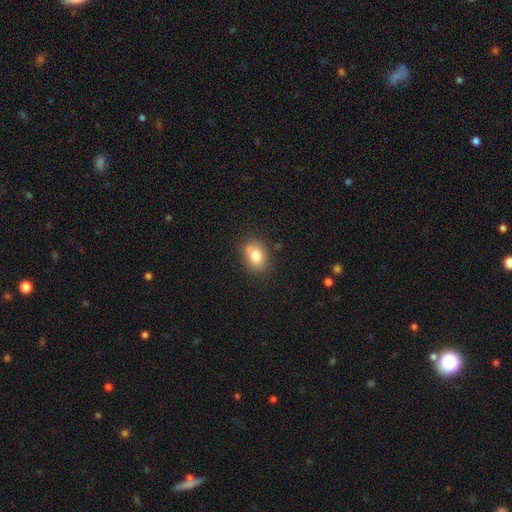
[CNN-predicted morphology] Smooth or featured? smooth (79%)
How rounded? in between (62%)
Merging? none (73%)